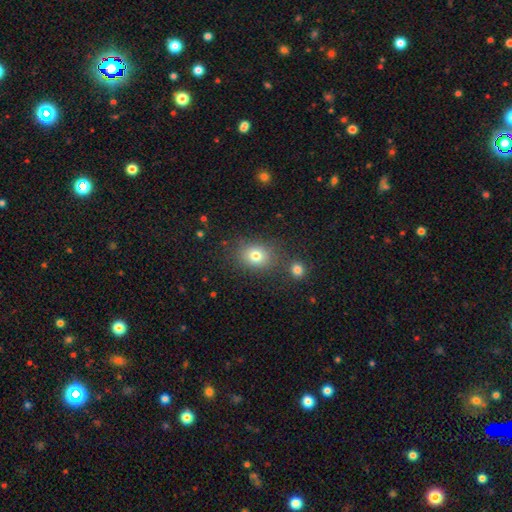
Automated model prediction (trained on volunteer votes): This appears to be a smooth galaxy with no disk features (77%) that is round (52%). Merging: none (75%).